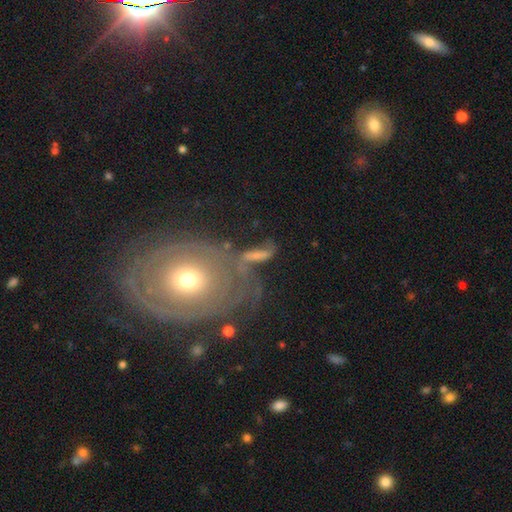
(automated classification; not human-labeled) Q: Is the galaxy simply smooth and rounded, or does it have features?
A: featured or disk — 51%.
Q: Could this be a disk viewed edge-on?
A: no — 87%.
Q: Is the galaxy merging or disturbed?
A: none — 46%.